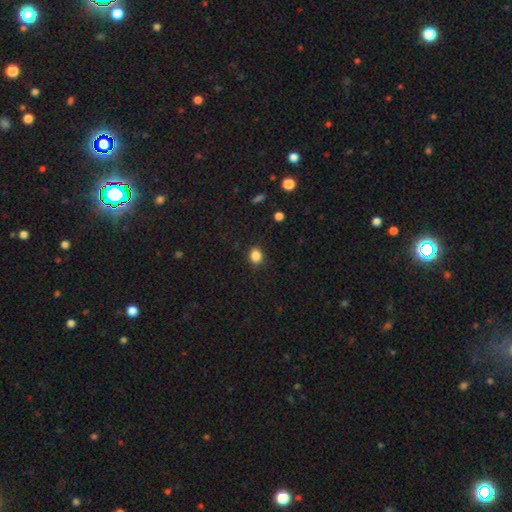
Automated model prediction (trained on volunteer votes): Smooth or featured? smooth (86%)
How rounded? round (60%)
Merging? none (87%)